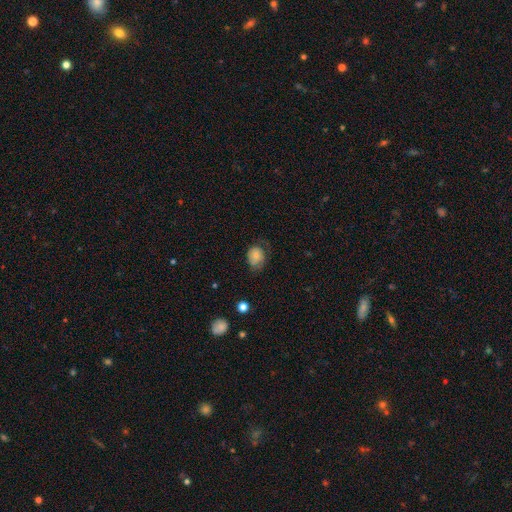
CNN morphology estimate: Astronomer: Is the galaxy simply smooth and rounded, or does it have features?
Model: smooth — 72%.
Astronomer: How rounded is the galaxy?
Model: in between — 58% (runner-up: round, 41%).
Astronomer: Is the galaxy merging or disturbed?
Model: none — 45% (runner-up: minor disturbance, 32%).